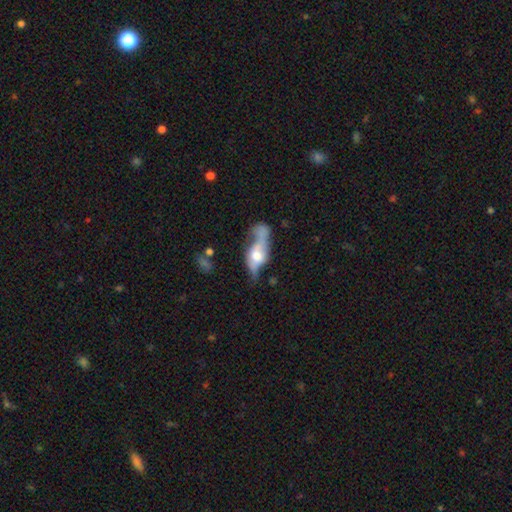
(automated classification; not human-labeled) This appears to be a featured or disk galaxy (56%). Merging: major disturbance (28%).